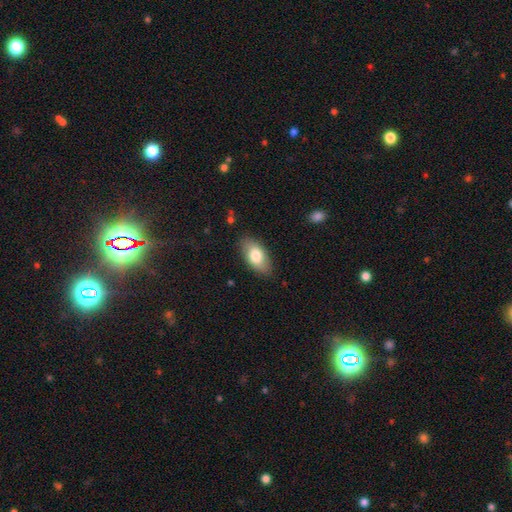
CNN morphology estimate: Q: Smooth or featured?
A: smooth (77%); runner-up: featured or disk (17%)
Q: How rounded?
A: in between (91%); runner-up: cigar-shaped (5%)
Q: Merging?
A: none (85%); runner-up: minor disturbance (11%)